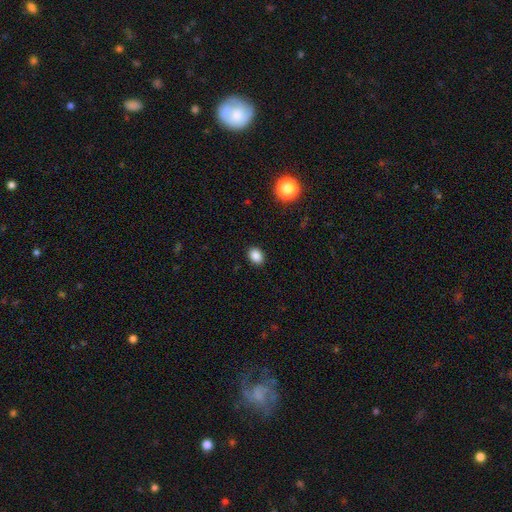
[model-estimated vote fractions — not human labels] A smooth galaxy with no disk features (87%) that is in between round and cigar-shaped (66%). Merging: none (90%).